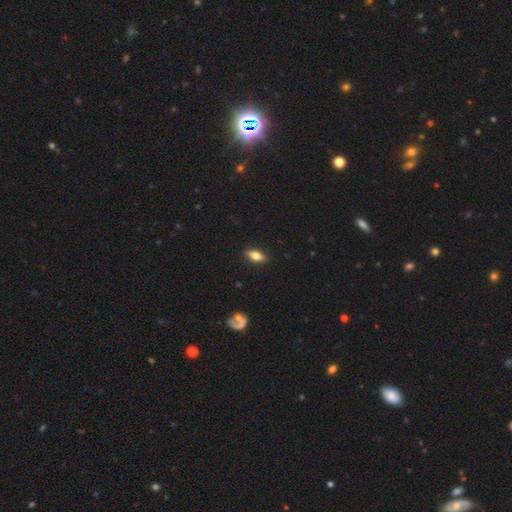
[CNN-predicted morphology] smooth 65%, featured or disk 27%, star or artifact 8%. Down the decision tree: how rounded — in between (79%); merging — none (88%).